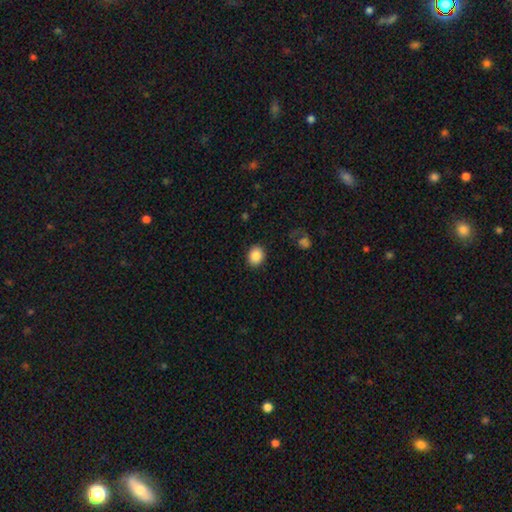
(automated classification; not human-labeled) smooth-or-featured: smooth: 88% | star or artifact: 8% | featured or disk: 4%
  how-rounded: round: 55% | in between: 44% | cigar-shaped: 1%
  merging: none: 88% | minor disturbance: 8% | major disturbance: 3% | merger: 1%